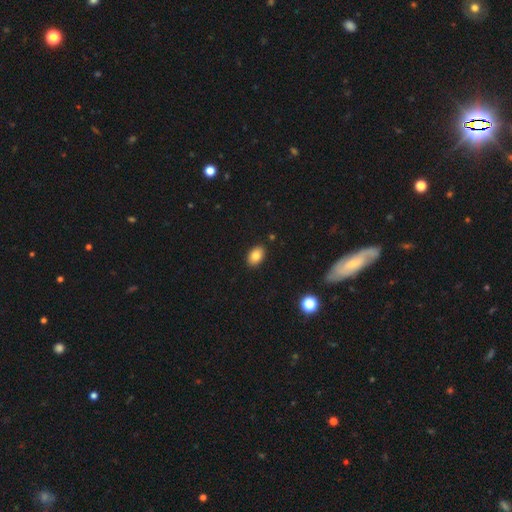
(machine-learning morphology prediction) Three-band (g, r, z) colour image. It shows a smooth galaxy with no disk features (82%) that is in between round and cigar-shaped (86%). Merging: none (89%).